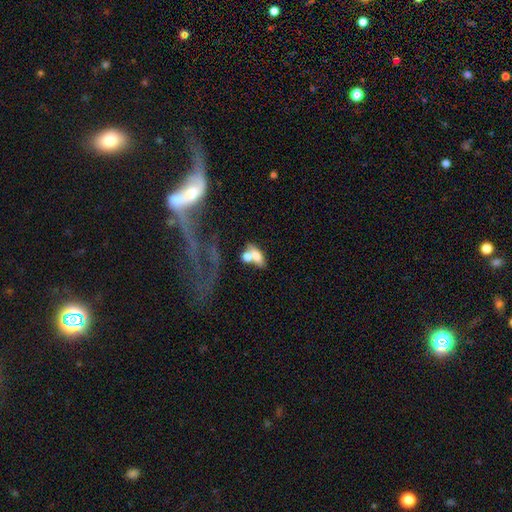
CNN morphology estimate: The model was most divided on "merging": merger: 46%, none: 33%, minor disturbance: 12%, major disturbance: 8%. More confident: how rounded — in between (80%); smooth or featured — smooth (67%).